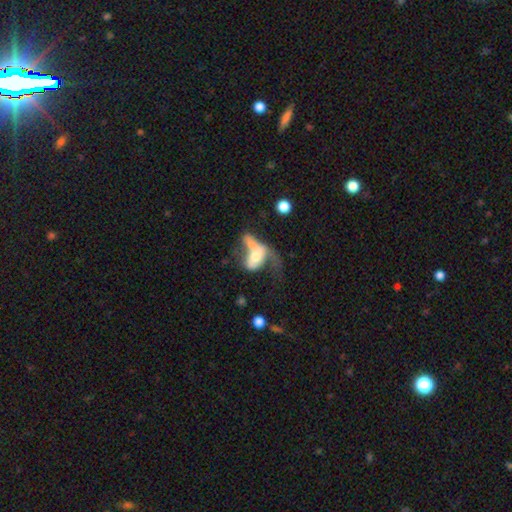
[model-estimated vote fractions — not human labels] Smooth or featured? Predicted: featured or disk (p=0.47). Merging? Predicted: merger (p=0.40).